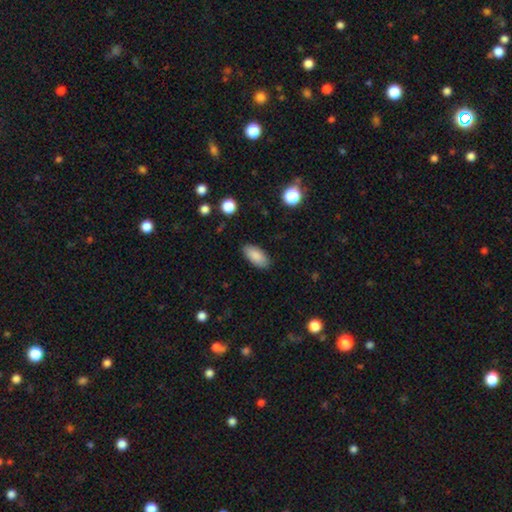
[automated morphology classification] Smooth or featured?
  - smooth: 88% *
  - star or artifact: 7%
  - featured or disk: 6%
How rounded?
  - in between: 90% *
  - cigar-shaped: 7%
  - round: 2%
Merging?
  - none: 87% *
  - minor disturbance: 10%
  - major disturbance: 2%
  - merger: 1%